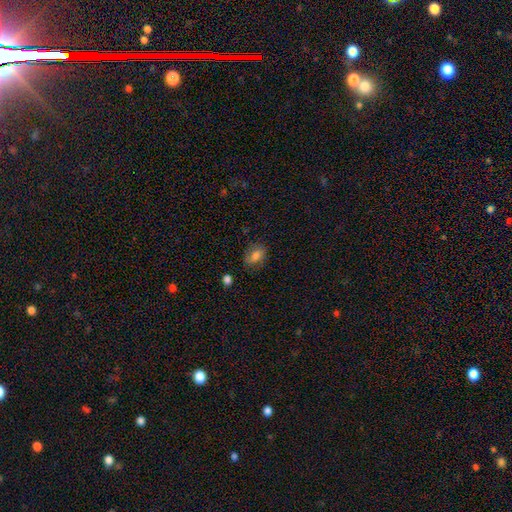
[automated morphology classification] A smooth galaxy with no disk features (71%) that is in between round and cigar-shaped (82%). Merging: none (71%).